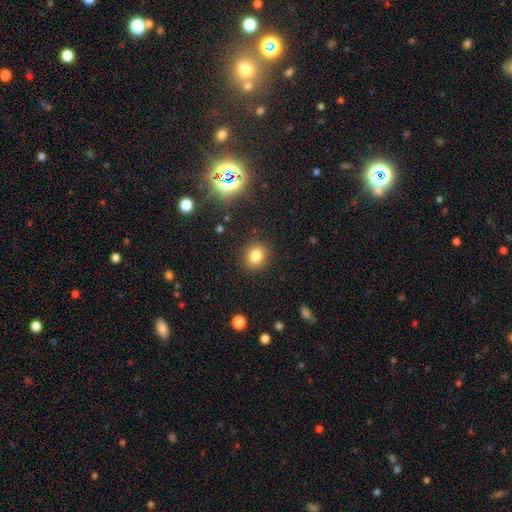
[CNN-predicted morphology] smooth-or-featured: smooth: 80% | star or artifact: 13% | featured or disk: 7%
  how-rounded: round: 66% | in between: 33% | cigar-shaped: 1%
  merging: none: 88% | minor disturbance: 8% | major disturbance: 3% | merger: 2%